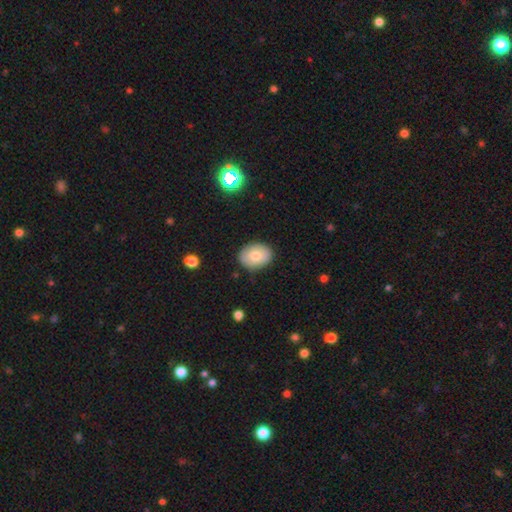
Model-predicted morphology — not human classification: Smooth or featured?
  - smooth: 75% *
  - featured or disk: 17%
  - star or artifact: 8%
How rounded?
  - in between: 66% *
  - round: 33%
  - cigar-shaped: 1%
Merging?
  - none: 85% *
  - minor disturbance: 12%
  - major disturbance: 2%
  - merger: 1%